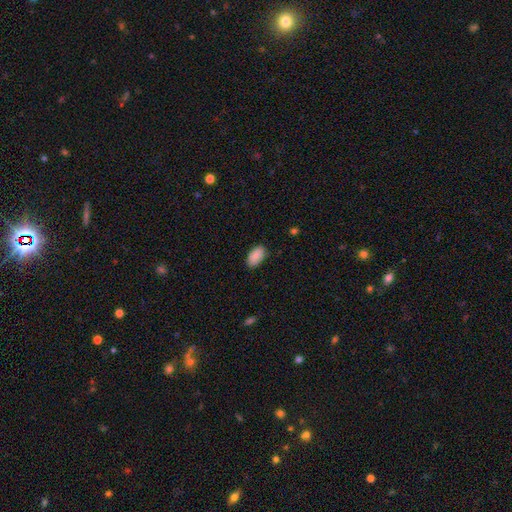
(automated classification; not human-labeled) A smooth galaxy with no disk features (89%) that is in between round and cigar-shaped (94%). Merging: none (84%).